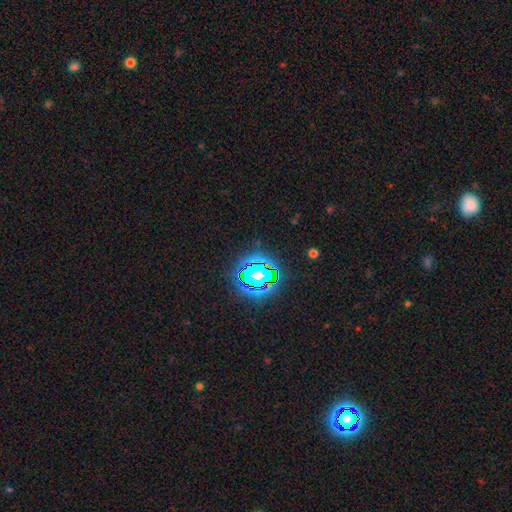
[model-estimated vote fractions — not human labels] Smooth or featured? Predicted: star or artifact (p=0.82).